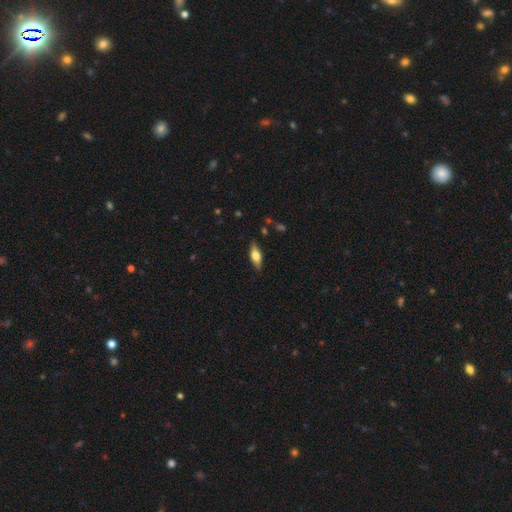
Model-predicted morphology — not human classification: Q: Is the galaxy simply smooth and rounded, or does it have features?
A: featured or disk — 48%.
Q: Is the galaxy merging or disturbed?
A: none — 83%.